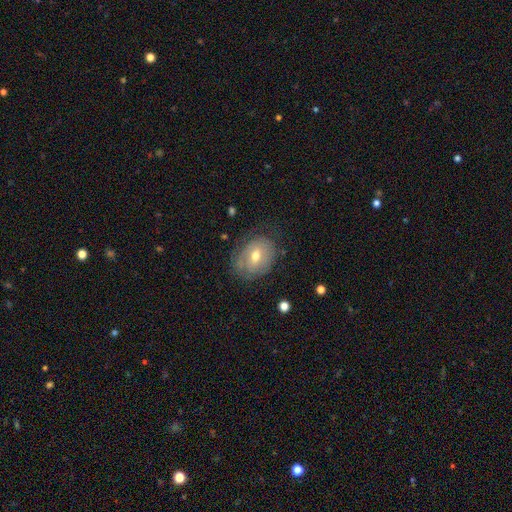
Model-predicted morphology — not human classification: A smooth galaxy with no disk features (47%). Merging: none (67%).